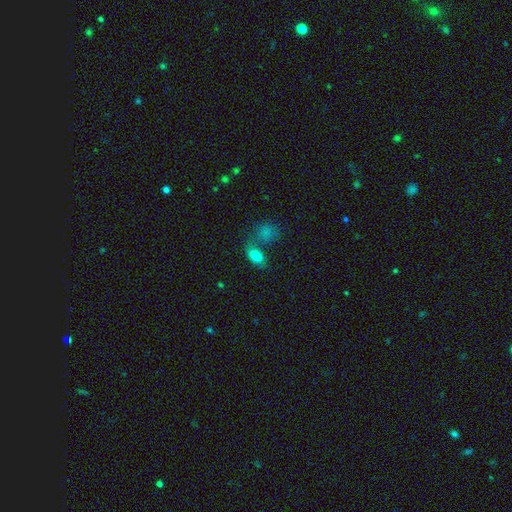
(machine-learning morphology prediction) Smooth or featured?
  - smooth: 80% *
  - star or artifact: 11%
  - featured or disk: 9%
How rounded?
  - in between: 87% *
  - round: 10%
  - cigar-shaped: 3%
Merging?
  - none: 42% *
  - merger: 36%
  - minor disturbance: 14%
  - major disturbance: 8%